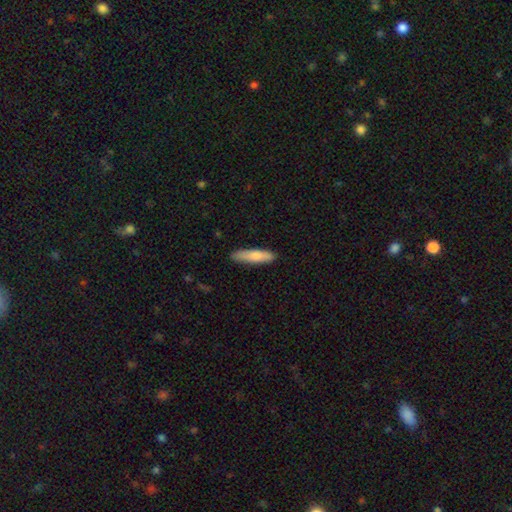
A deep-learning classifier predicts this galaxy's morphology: smooth 79%, featured or disk 16%, star or artifact 5%. Down the decision tree: how rounded — cigar-shaped (75%); merging — none (85%).